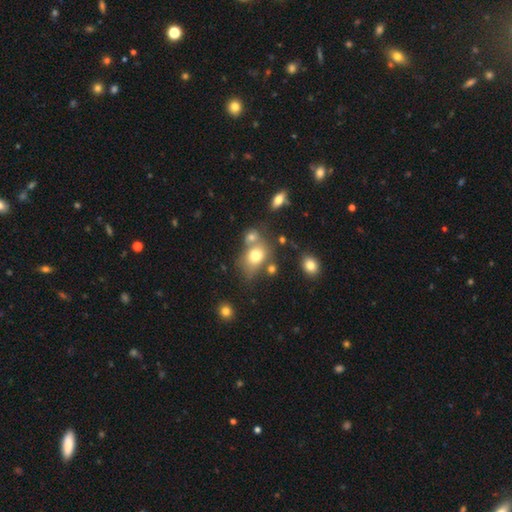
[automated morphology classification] Smooth or featured? smooth (73%)
How rounded? in between (57%)
Merging? none (43%)